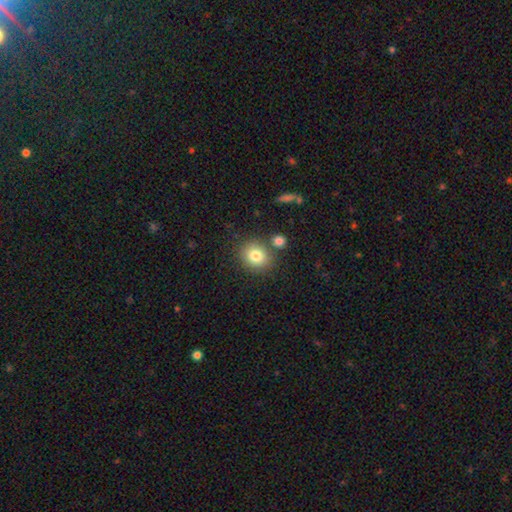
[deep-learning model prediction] This is clearly a smooth galaxy (80%). How rounded: likely round (74%). Merging: likely none (75%).